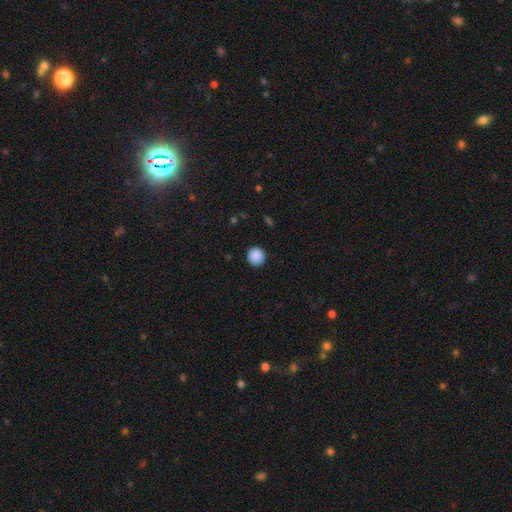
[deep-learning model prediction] smooth-or-featured: smooth: 89% | star or artifact: 8% | featured or disk: 3%
  how-rounded: round: 94% | in between: 5% | cigar-shaped: 1%
  merging: none: 91% | minor disturbance: 6% | major disturbance: 2% | merger: 1%